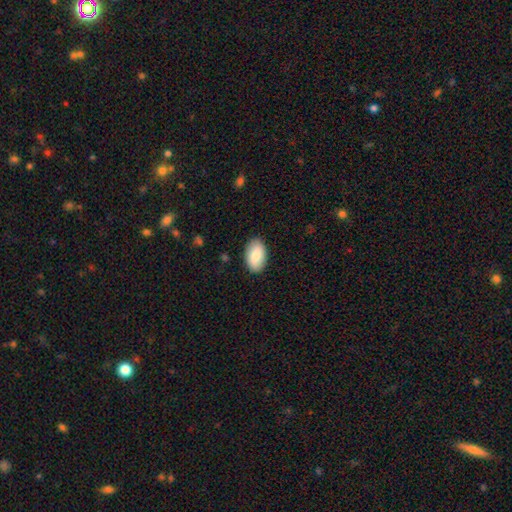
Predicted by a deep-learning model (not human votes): Smooth or featured: smooth — 85% (featured or disk — 9%)
How rounded: in between — 94% (round — 5%)
Merging: none — 88% (minor disturbance — 9%)